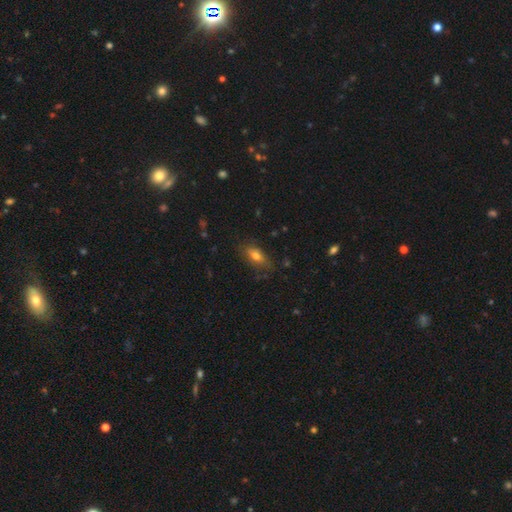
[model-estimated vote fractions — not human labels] smooth_or_featured: smooth (p=0.71) [alt: featured or disk p=0.18]
how_rounded: in between (p=0.79) [alt: cigar-shaped p=0.15]
merging: none (p=0.74) [alt: minor disturbance p=0.19]